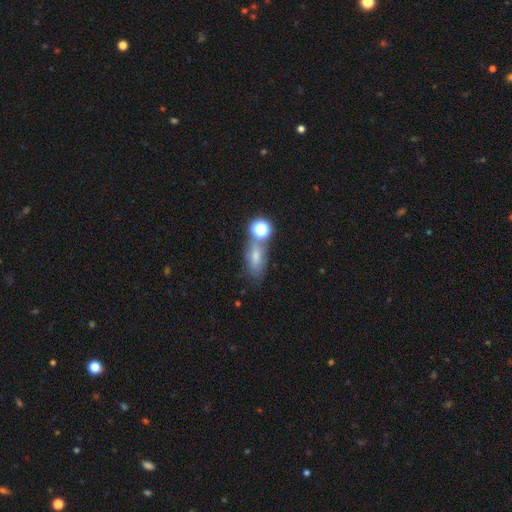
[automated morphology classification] smooth 66%, star or artifact 17%, featured or disk 17%. Down the decision tree: how rounded — in between (73%); merging — none (51%).